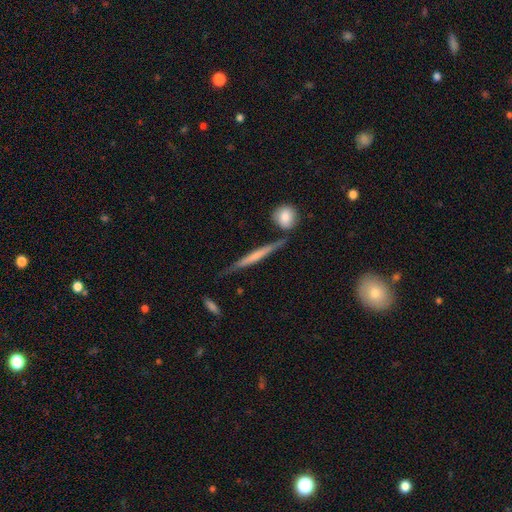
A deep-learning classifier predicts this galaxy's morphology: type=featured or disk (52%); edge-on=yes (95%); merging=none (77%).